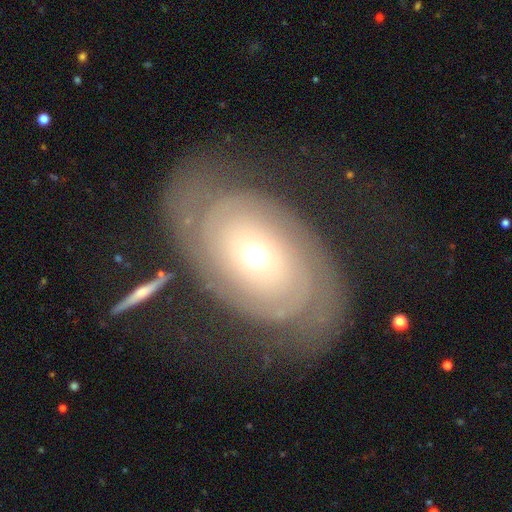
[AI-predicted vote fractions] This appears to be a featured or disk galaxy (83%) with no bar (83%), 2 (78%) tight (66%) spiral arms (92%) and a moderate central bulge (64%). Merging: none (69%).